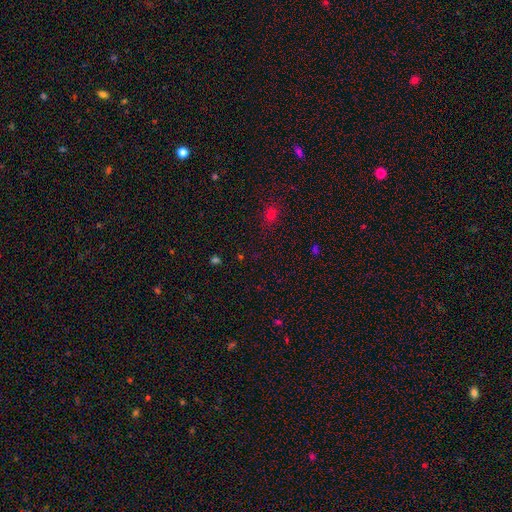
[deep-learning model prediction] Overall: star or artifact (52%; smooth 41%).